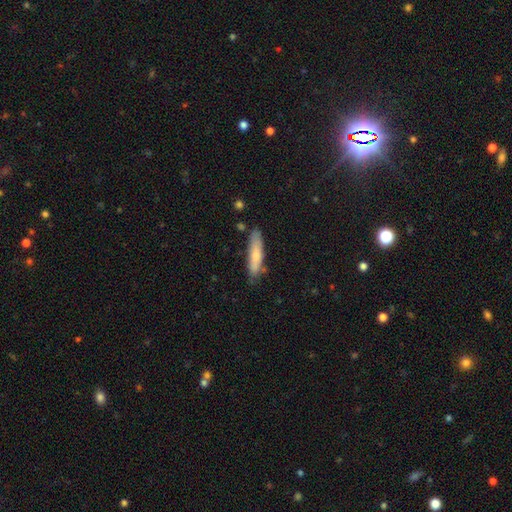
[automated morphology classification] type=smooth (69%); roundness=cigar-shaped (75%); merging=none (73%).